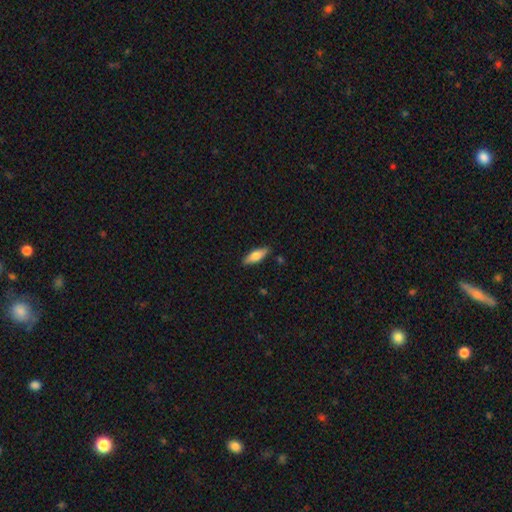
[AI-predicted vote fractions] Smooth or featured? Predicted: smooth (p=0.66). How rounded? Predicted: in between (p=0.59). Merging? Predicted: none (p=0.86).